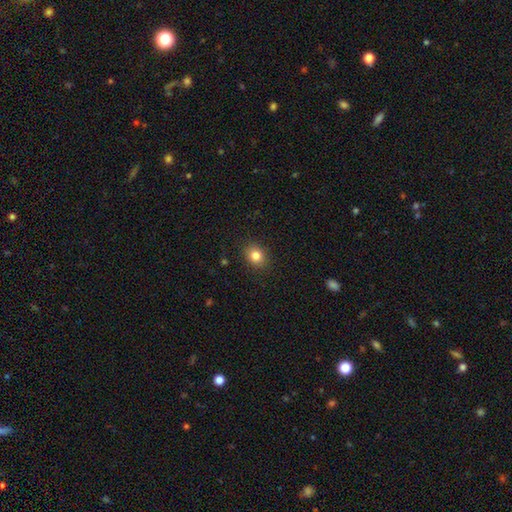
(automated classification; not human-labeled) Morphology: type=smooth (83%); roundness=round (58%); merging=none (89%).